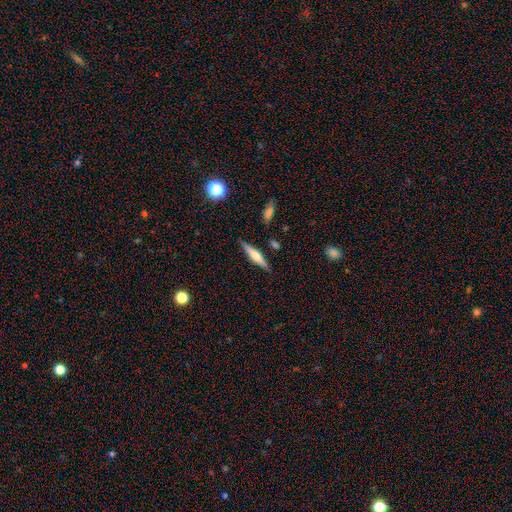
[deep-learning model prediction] Smooth or featured?
  - featured or disk: 53% *
  - smooth: 40%
  - star or artifact: 7%
Edge-on disk?
  - yes: 96% *
  - no: 4%
Edge-on bulge?
  - rounded: 74% *
  - boxy: 16%
  - none: 10%
Merging?
  - none: 86% *
  - minor disturbance: 9%
  - merger: 3%
  - major disturbance: 2%